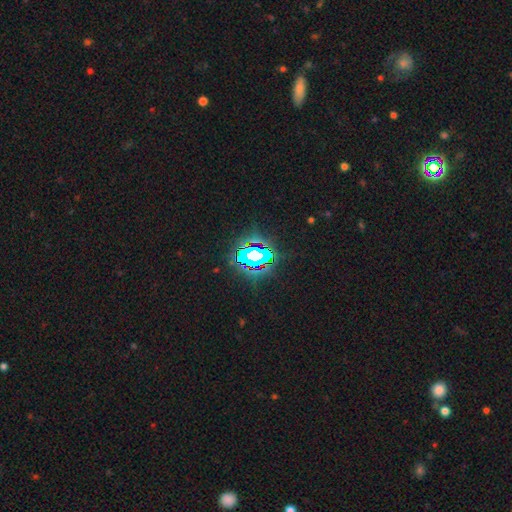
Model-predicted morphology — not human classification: Smooth or featured: star or artifact — 71% (featured or disk — 15%)